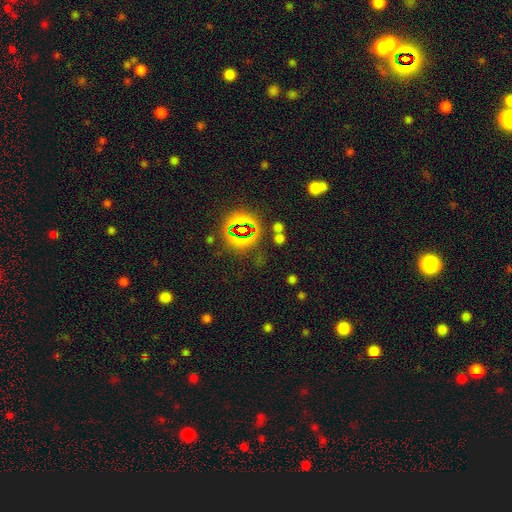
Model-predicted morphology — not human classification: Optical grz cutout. It shows a star or artifact, not a galaxy (73%).